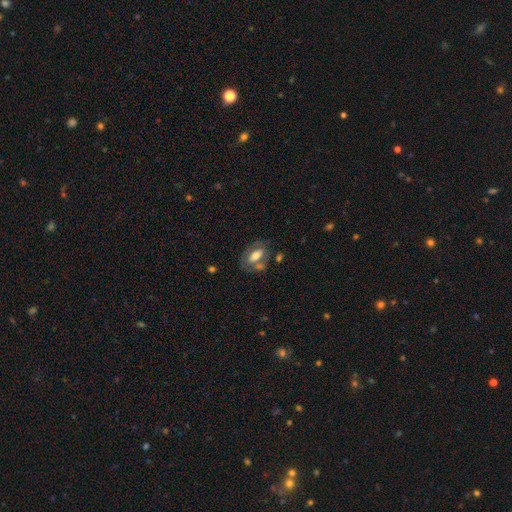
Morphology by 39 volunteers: Smooth or featured? 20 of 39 (51%) said smooth. How rounded? 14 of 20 (70%) said in between. Merging? 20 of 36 (56%) said none.